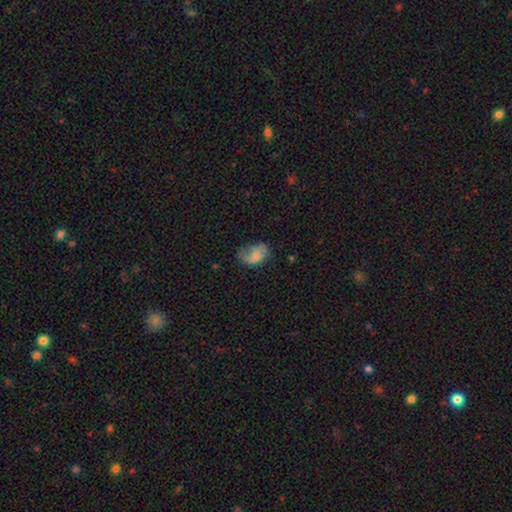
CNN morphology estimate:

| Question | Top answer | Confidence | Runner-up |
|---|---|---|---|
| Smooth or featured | smooth | 50% | featured or disk (42%) |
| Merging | none | 44% | minor disturbance (33%) |